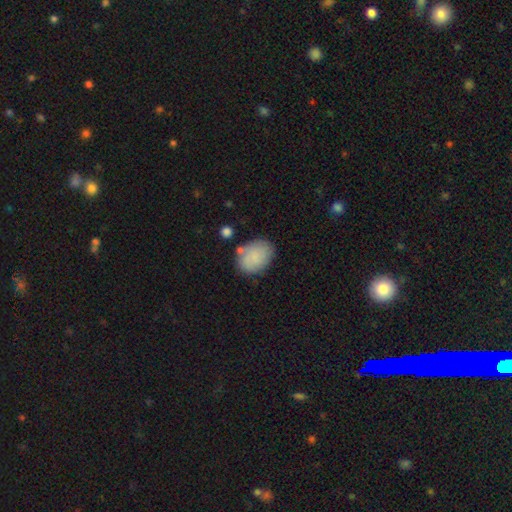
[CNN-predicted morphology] type=smooth (80%); roundness=in between (72%); merging=none (69%).